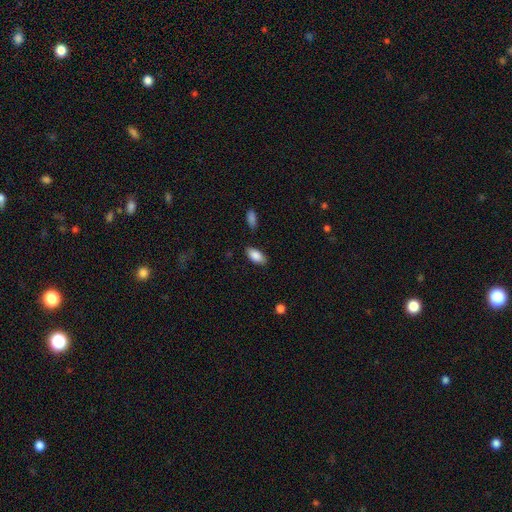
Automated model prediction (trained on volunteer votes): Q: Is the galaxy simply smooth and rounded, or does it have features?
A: smooth — 86%.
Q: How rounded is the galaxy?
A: in between — 91%.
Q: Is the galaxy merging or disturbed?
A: none — 84%.